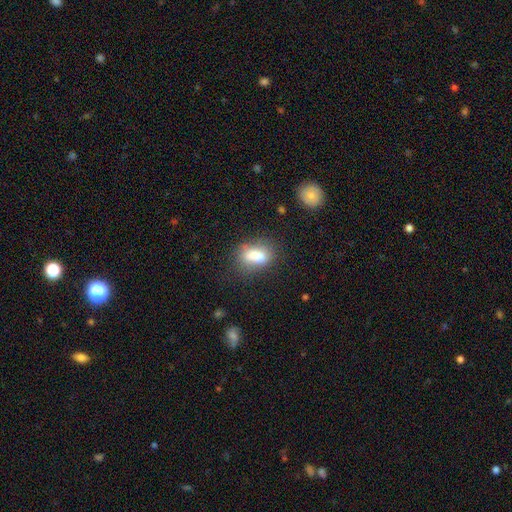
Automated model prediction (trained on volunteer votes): Smooth or featured?
  - smooth: 76% *
  - featured or disk: 14%
  - star or artifact: 10%
How rounded?
  - in between: 80% *
  - round: 16%
  - cigar-shaped: 4%
Merging?
  - none: 50% *
  - minor disturbance: 23%
  - merger: 17%
  - major disturbance: 10%